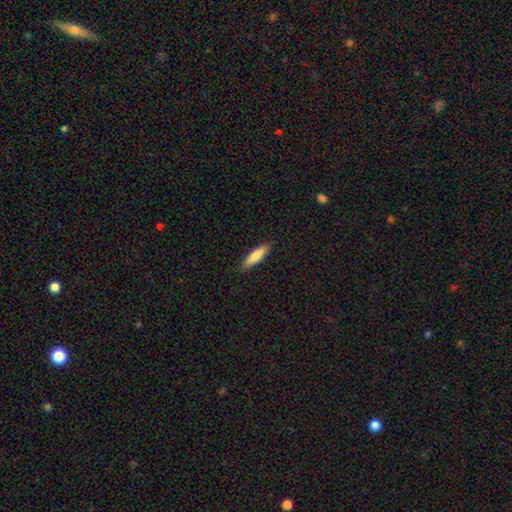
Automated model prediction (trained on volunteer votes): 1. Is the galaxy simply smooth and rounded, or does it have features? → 78% smooth, 17% featured or disk, 5% star or artifact.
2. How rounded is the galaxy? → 71% cigar-shaped, 28% in between, 1% round.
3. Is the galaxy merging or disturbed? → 87% none, 10% minor disturbance, 2% major disturbance, 1% merger.